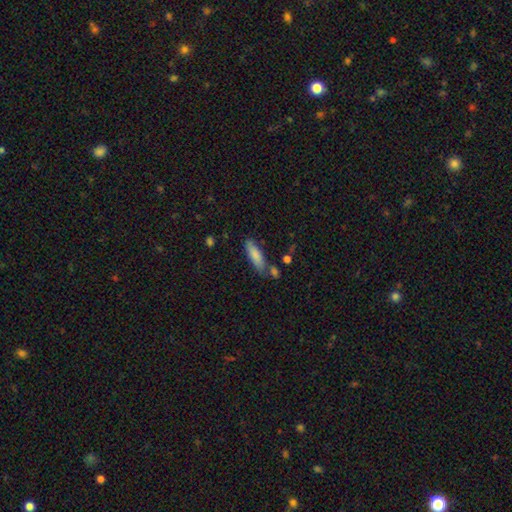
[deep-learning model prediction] smooth_or_featured: smooth (p=0.82) [alt: featured or disk p=0.12]
how_rounded: cigar-shaped (p=0.53) [alt: in between p=0.46]
merging: none (p=0.70) [alt: minor disturbance p=0.18]